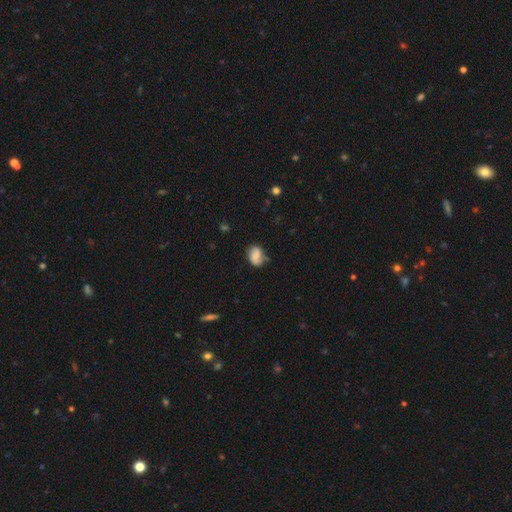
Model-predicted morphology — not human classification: This appears to be a smooth galaxy with no disk features (57%) that is in between round and cigar-shaped (63%). Merging: none (58%).